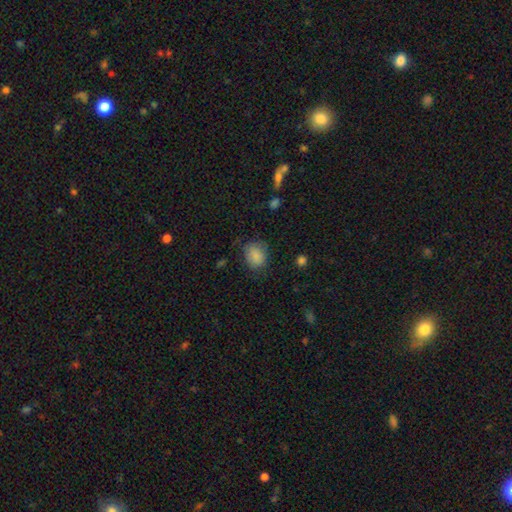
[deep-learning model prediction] This is clearly a smooth galaxy (84%). How rounded: possibly in between (53%). Merging: likely none (68%).